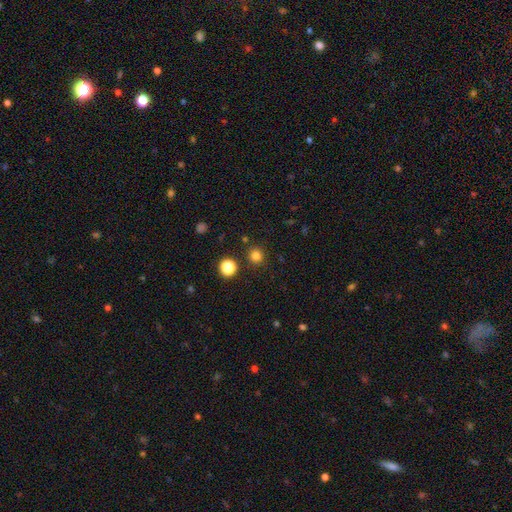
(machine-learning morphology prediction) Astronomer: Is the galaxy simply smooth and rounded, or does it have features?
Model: smooth — 80%.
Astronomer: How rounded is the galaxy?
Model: round — 93%.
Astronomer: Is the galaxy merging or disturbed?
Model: none — 89%.